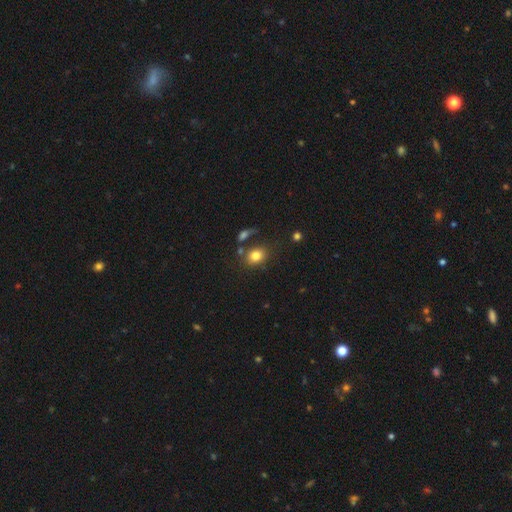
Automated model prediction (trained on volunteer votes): Smooth or featured? Predicted: smooth (p=0.80). How rounded? Predicted: round (p=0.53). Merging? Predicted: none (p=0.67).